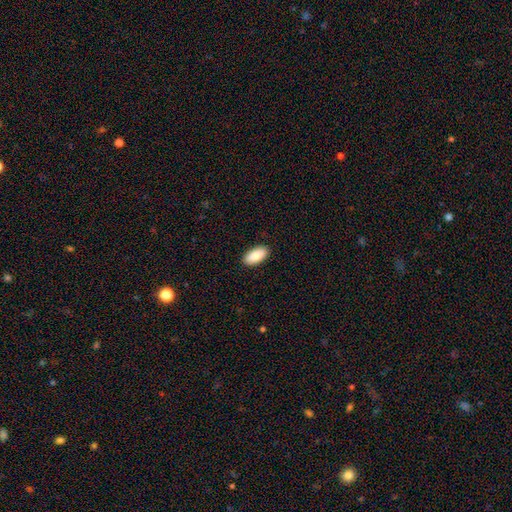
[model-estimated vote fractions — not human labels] Smooth or featured: smooth — 87% (featured or disk — 7%)
How rounded: in between — 93% (cigar-shaped — 5%)
Merging: none — 91% (minor disturbance — 7%)